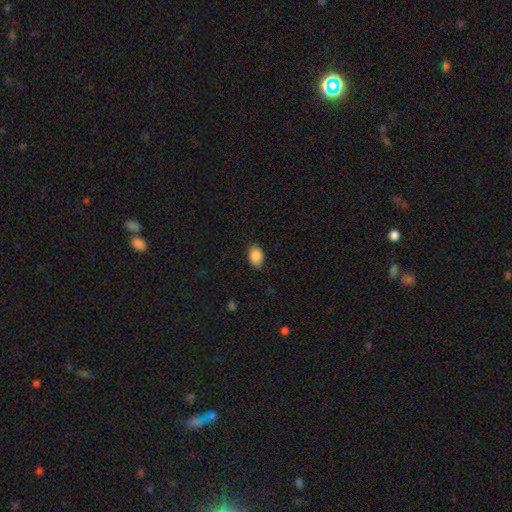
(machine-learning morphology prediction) smooth-or-featured: smooth: 88% | star or artifact: 8% | featured or disk: 5%
  how-rounded: in between: 83% | round: 16% | cigar-shaped: 1%
  merging: none: 81% | minor disturbance: 15% | major disturbance: 3% | merger: 1%